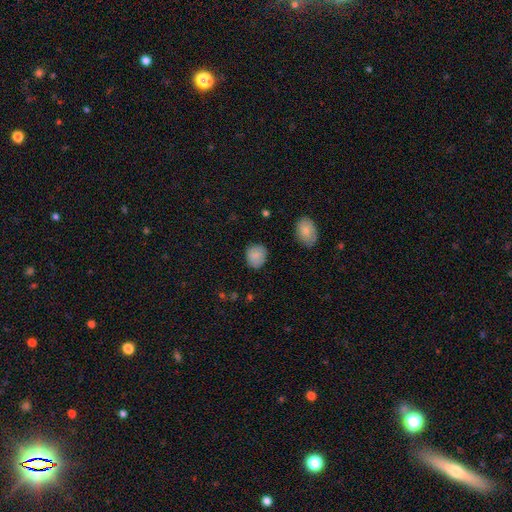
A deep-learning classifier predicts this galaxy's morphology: Smooth or featured? smooth (85%)
How rounded? round (69%)
Merging? none (81%)